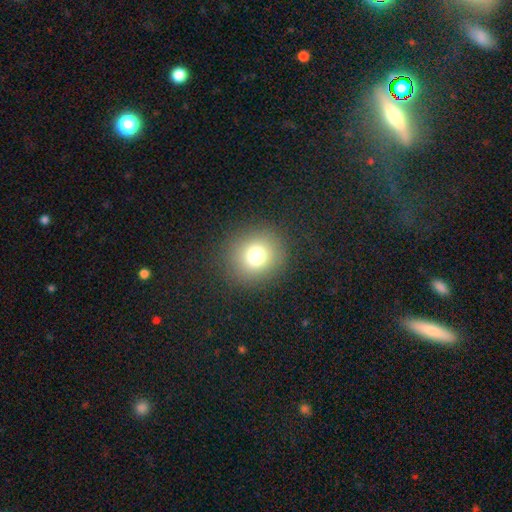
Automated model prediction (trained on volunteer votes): A smooth galaxy with no disk features (75%) that is round (88%). Merging: none (88%).